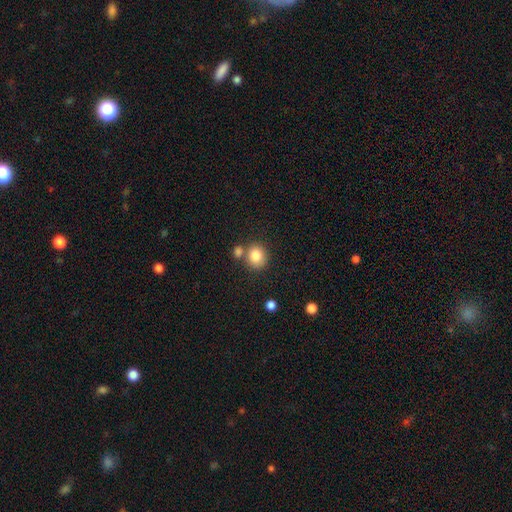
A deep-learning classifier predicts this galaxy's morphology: Q: Smooth or featured?
A: smooth (83%); runner-up: star or artifact (10%)
Q: How rounded?
A: round (78%); runner-up: in between (21%)
Q: Merging?
A: none (64%); runner-up: merger (21%)